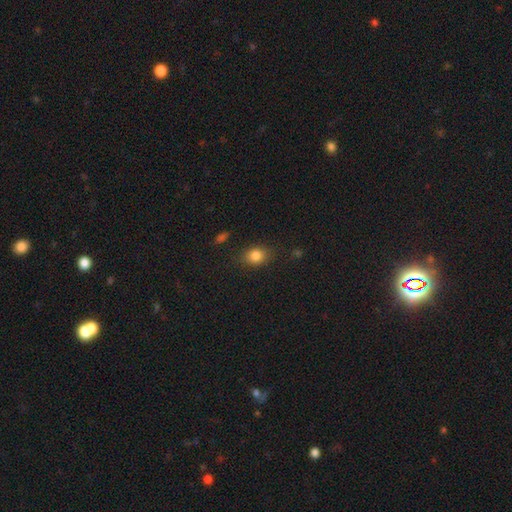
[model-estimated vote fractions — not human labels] This is clearly a smooth galaxy (82%). How rounded: possibly in between (51%). Merging: clearly none (81%).